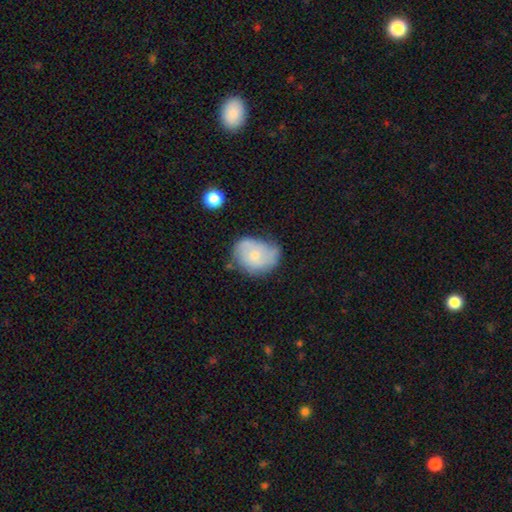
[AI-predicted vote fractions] This appears to be a smooth galaxy with no disk features (47%). Merging: none (48%).